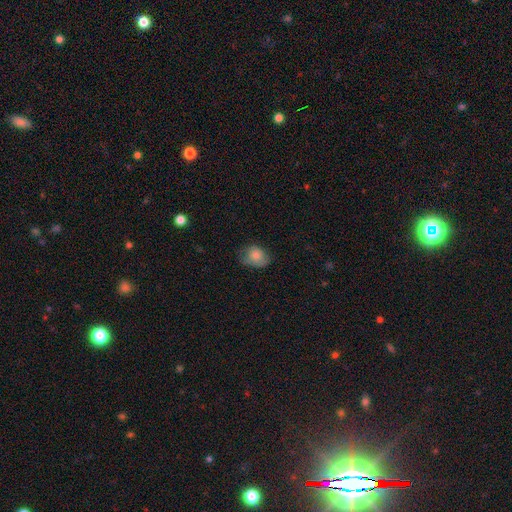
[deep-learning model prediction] Smooth or featured? smooth (78%)
How rounded? in between (57%)
Merging? none (51%)